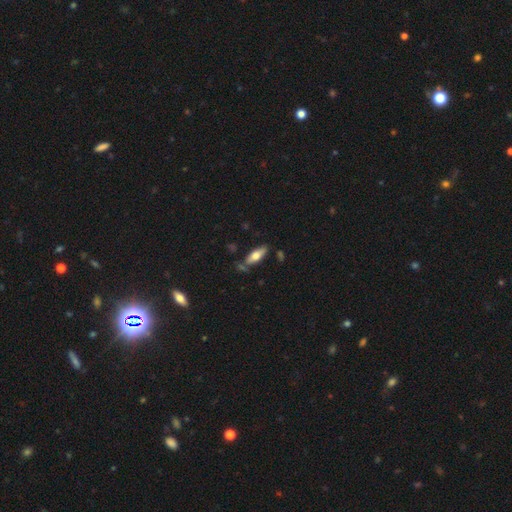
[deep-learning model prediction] A smooth galaxy with no disk features (65%) that is in between round and cigar-shaped (67%). Merging: none (73%).